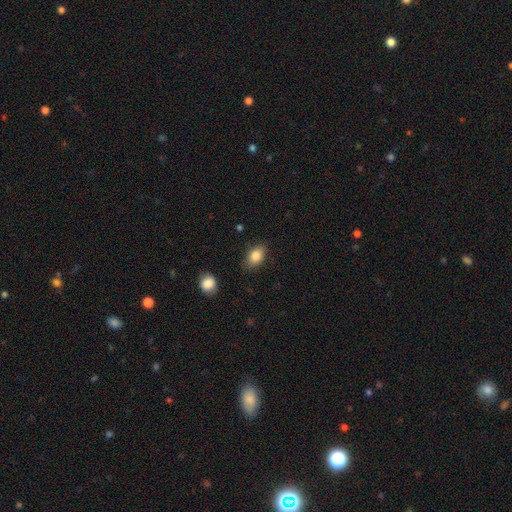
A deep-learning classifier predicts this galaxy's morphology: A smooth galaxy with no disk features (85%) that is in between round and cigar-shaped (85%).

Vote fractions:
- Smooth or featured? smooth: 85% / star or artifact: 8% / featured or disk: 7%
- How rounded? in between: 85% / round: 13% / cigar-shaped: 2%
- Merging? none: 82% / minor disturbance: 13% / major disturbance: 3% / merger: 2%